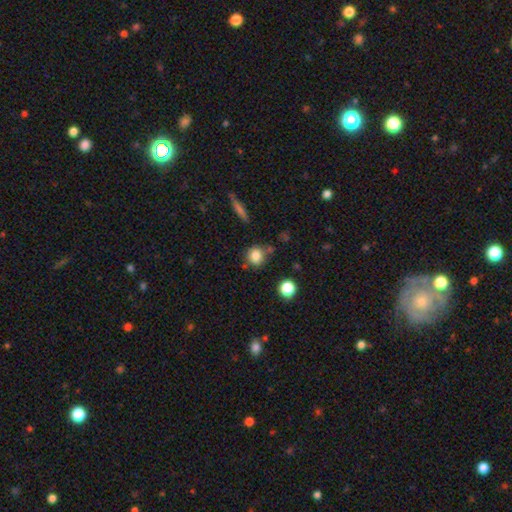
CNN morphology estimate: type=smooth (83%); roundness=round (79%); merging=none (73%).